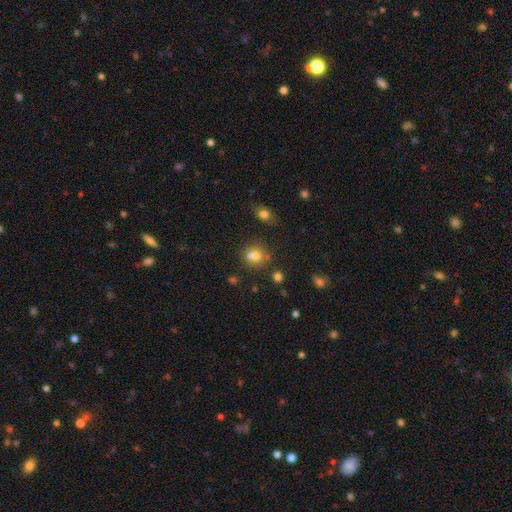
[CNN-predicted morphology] Smooth or featured? smooth (72%)
How rounded? round (65%)
Merging? none (47%)